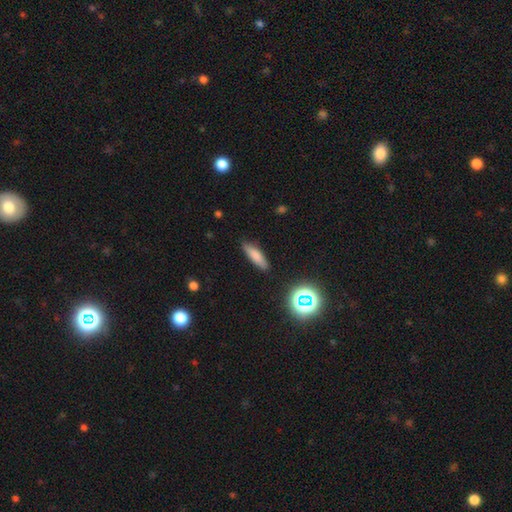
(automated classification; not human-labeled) This appears to be a smooth galaxy with no disk features (76%) that is cigar-shaped (61%). Merging: none (85%).